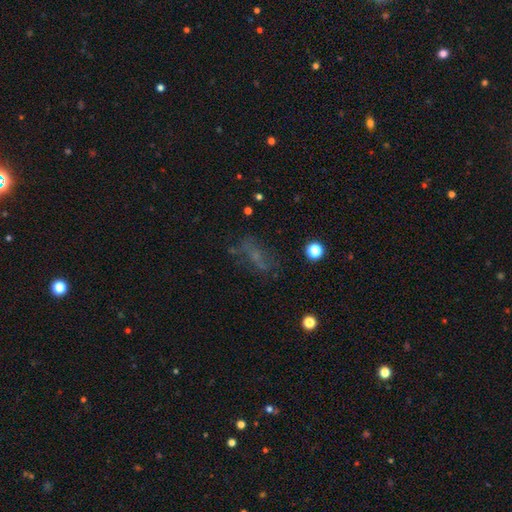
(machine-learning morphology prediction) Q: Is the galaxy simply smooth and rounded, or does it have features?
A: smooth — 36%, tied with featured or disk.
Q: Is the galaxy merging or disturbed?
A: none — 55%.